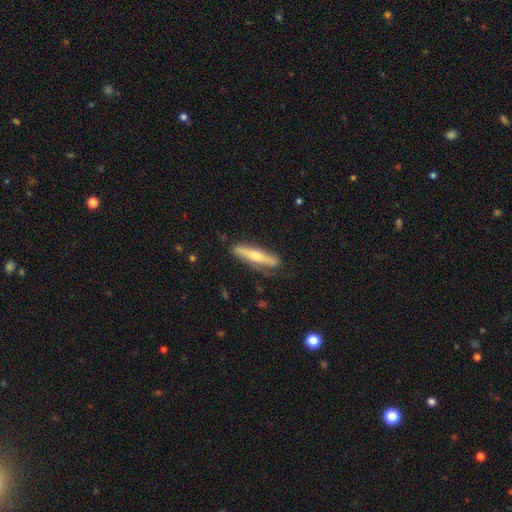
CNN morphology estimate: featured or disk 49%, smooth 45%, star or artifact 6%. Down the decision tree: merging — none (81%).